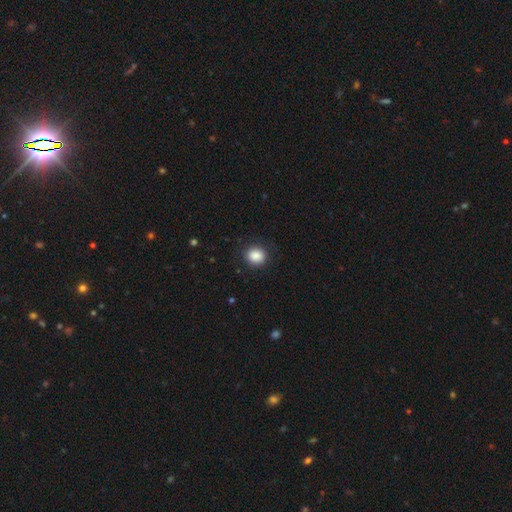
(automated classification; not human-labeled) Smooth or featured: smooth — 88% (star or artifact — 9%)
How rounded: round — 78% (in between — 21%)
Merging: none — 88% (minor disturbance — 9%)